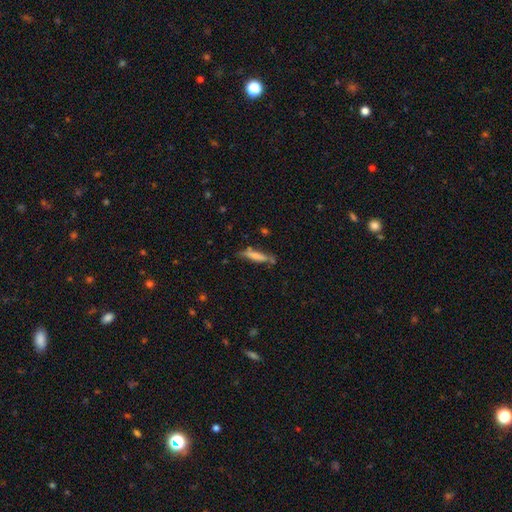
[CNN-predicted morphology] Smooth or featured?
  - smooth: 71% *
  - featured or disk: 22%
  - star or artifact: 7%
How rounded?
  - cigar-shaped: 83% *
  - in between: 15%
  - round: 2%
Merging?
  - none: 68% *
  - minor disturbance: 20%
  - merger: 7%
  - major disturbance: 5%